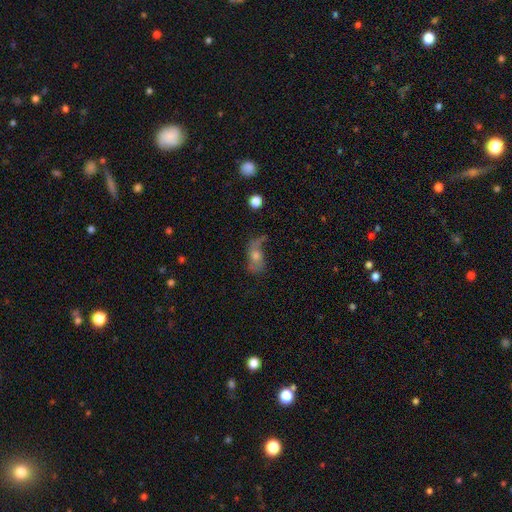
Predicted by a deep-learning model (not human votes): Morphology: type=featured or disk (49%); merging=none (42%).